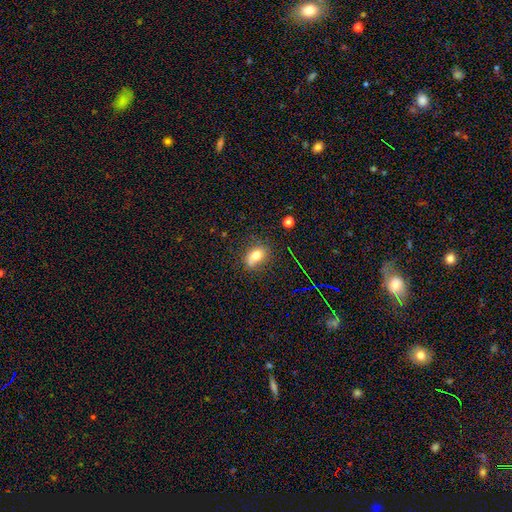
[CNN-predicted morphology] A smooth galaxy with no disk features (71%) that is in between round and cigar-shaped (73%).

Vote fractions:
- Smooth or featured? smooth: 71% / featured or disk: 16% / star or artifact: 13%
- How rounded? in between: 73% / round: 24% / cigar-shaped: 3%
- Merging? none: 67% / minor disturbance: 22% / major disturbance: 6% / merger: 5%